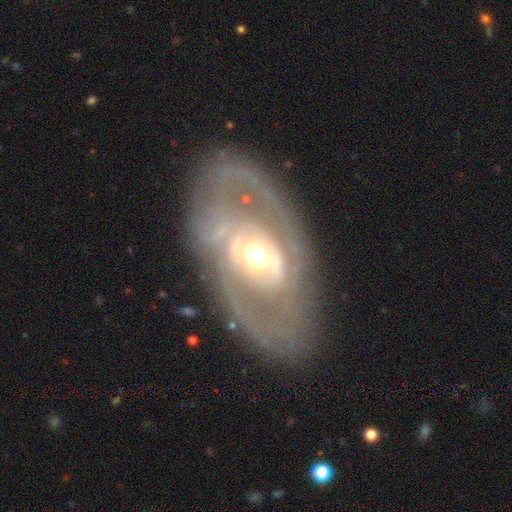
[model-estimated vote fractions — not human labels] smooth_or_featured: featured or disk (p=0.84) [alt: smooth p=0.11]
disk_edge_on: no (p=0.94) [alt: yes p=0.06]
bar: no (p=0.45) [alt: weak p=0.37]
has_spiral_arms: yes (p=0.80) [alt: no p=0.20]
spiral_winding: tight (p=0.48) [alt: medium p=0.37]
spiral_arm_count: 2 (p=0.63) [alt: can't tell p=0.21]
bulge_size: moderate (p=0.68) [alt: small p=0.17]
merging: none (p=0.78) [alt: minor disturbance p=0.13]